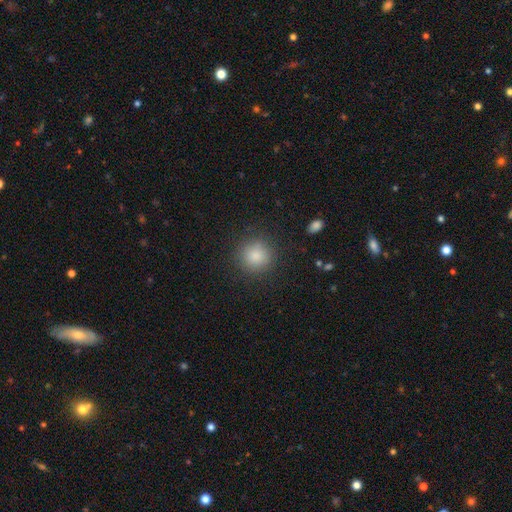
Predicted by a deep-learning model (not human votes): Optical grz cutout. It shows a smooth galaxy with no disk features (85%) that is round (93%). Merging: none (87%).